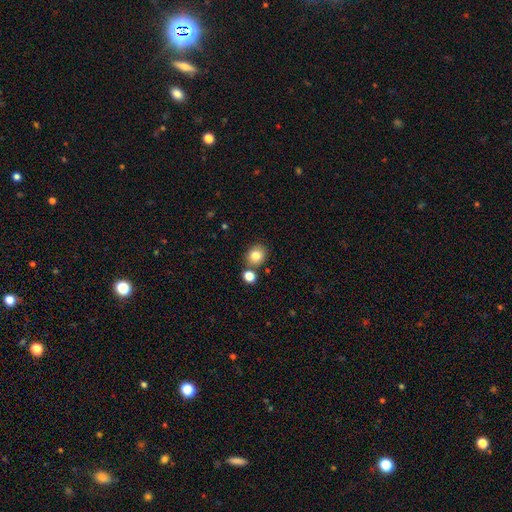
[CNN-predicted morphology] This is clearly a smooth galaxy (82%). How rounded: likely round (75%). Merging: likely none (73%).